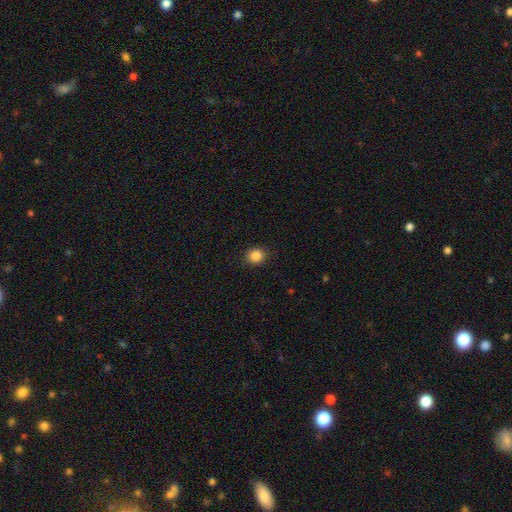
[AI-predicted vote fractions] A smooth galaxy with no disk features (86%) that is round (83%). Merging: none (91%).